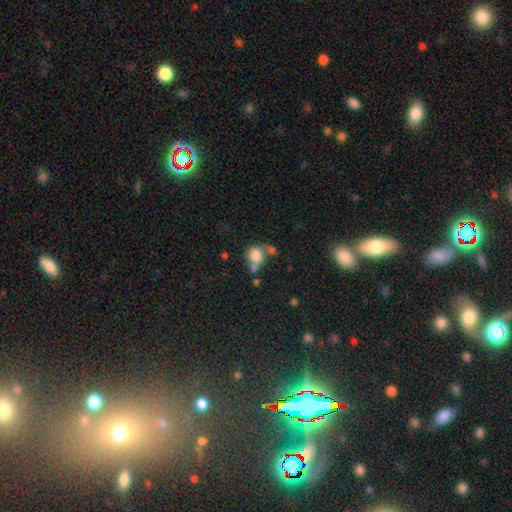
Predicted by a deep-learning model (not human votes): A smooth galaxy with no disk features (75%) that is round (61%). Merging: merger (39%).